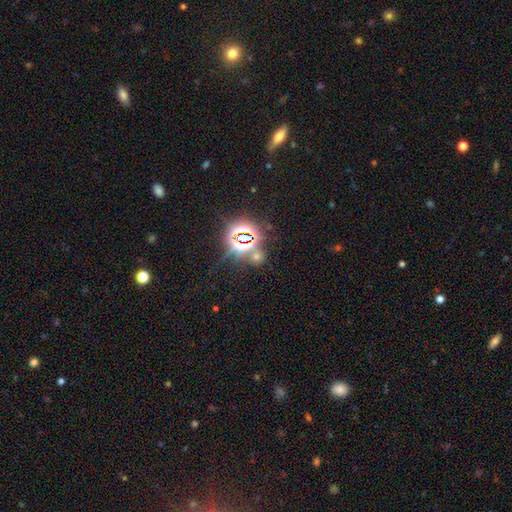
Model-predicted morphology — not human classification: Smooth or featured: star or artifact — 62% (smooth — 30%)